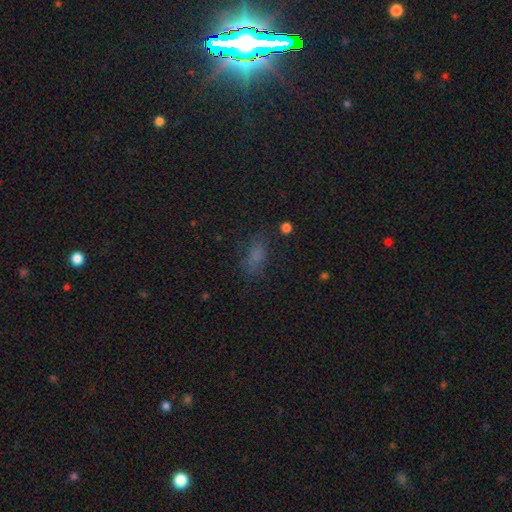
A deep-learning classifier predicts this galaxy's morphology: This is likely a smooth galaxy (70%). How rounded: clearly in between (83%). Merging: likely none (67%).